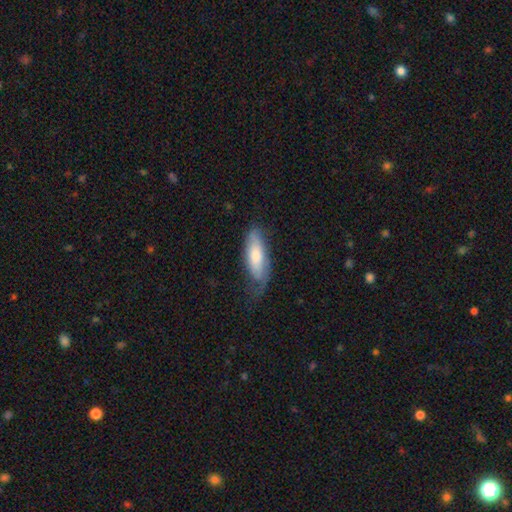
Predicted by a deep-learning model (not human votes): Overall: smooth (66%; featured or disk 28%). How rounded: in between (62%; cigar-shaped 36%). Merging: none (54%; minor disturbance 32%).